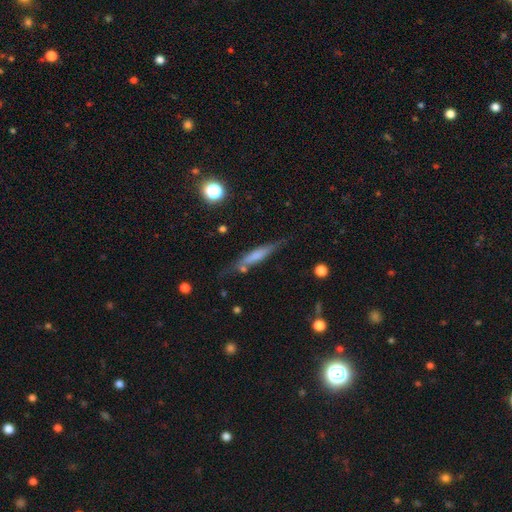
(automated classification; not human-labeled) smooth 54%, featured or disk 38%, star or artifact 7%. Down the decision tree: how rounded — cigar-shaped (86%); merging — none (69%).